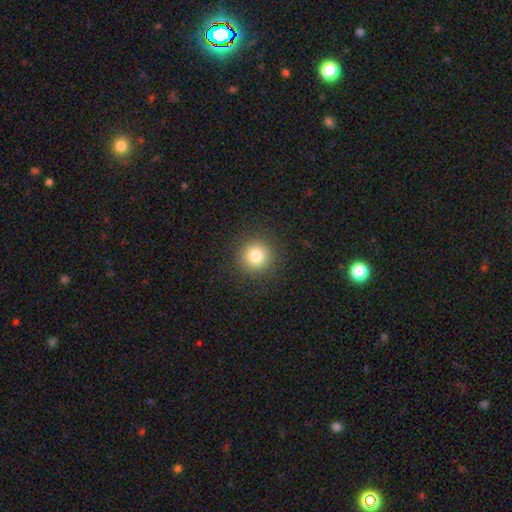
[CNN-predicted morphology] Q: Smooth or featured?
A: smooth (80%); runner-up: star or artifact (12%)
Q: How rounded?
A: round (94%); runner-up: in between (5%)
Q: Merging?
A: none (91%); runner-up: minor disturbance (6%)